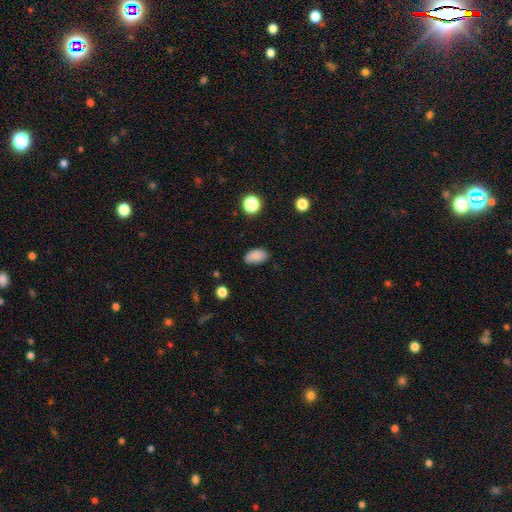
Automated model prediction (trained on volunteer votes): Smooth or featured? smooth (86%)
How rounded? in between (92%)
Merging? none (81%)